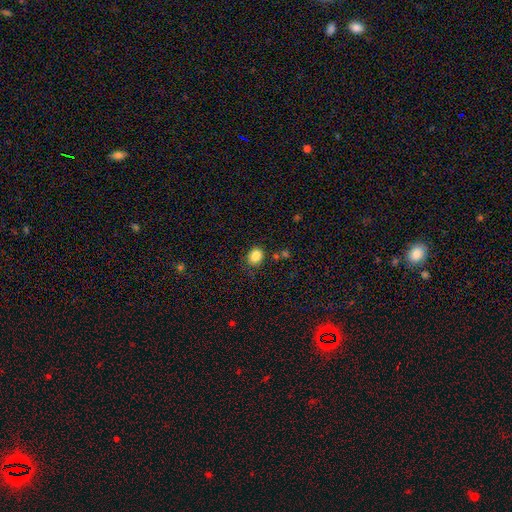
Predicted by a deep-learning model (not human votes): This is clearly a smooth galaxy (85%). How rounded: possibly round (57%). Merging: likely none (80%).